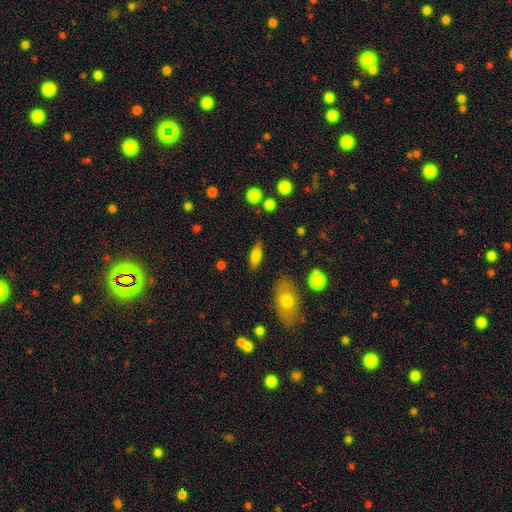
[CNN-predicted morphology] smooth-or-featured: smooth: 75% | featured or disk: 18% | star or artifact: 7%
  how-rounded: in between: 69% | cigar-shaped: 27% | round: 4%
  merging: none: 82% | minor disturbance: 12% | major disturbance: 3% | merger: 3%